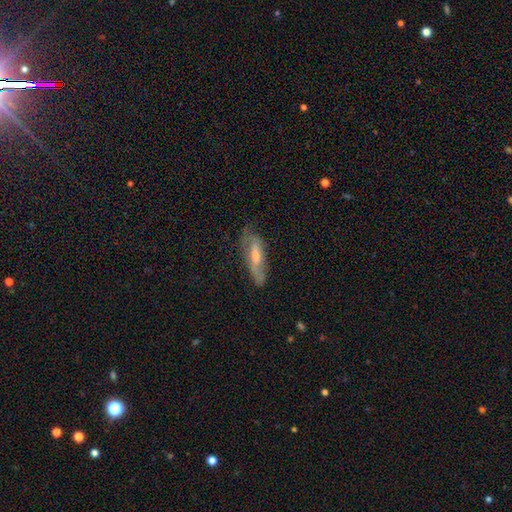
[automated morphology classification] Smooth or featured: featured or disk — 58% (smooth — 35%)
Edge-on disk: no — 62% (yes — 38%)
Merging: none — 64% (minor disturbance — 24%)